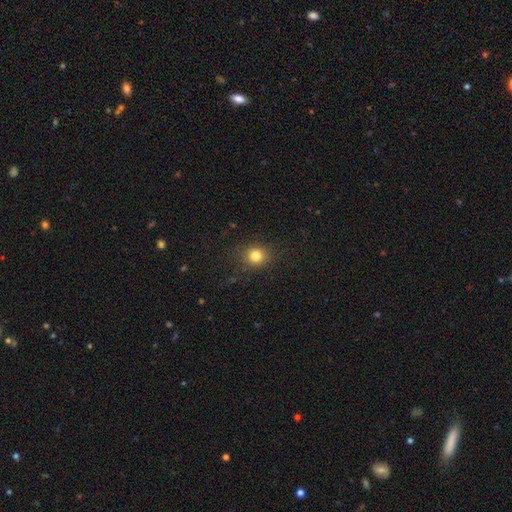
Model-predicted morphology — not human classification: type=smooth (81%); roundness=round (77%); merging=none (85%).